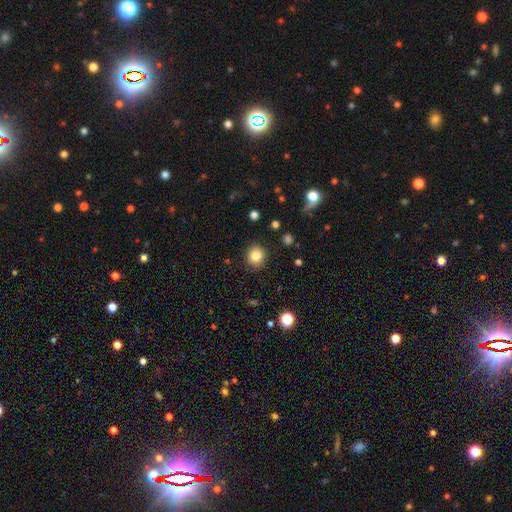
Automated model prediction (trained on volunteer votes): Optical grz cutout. It shows a smooth galaxy with no disk features (83%) that is round (84%). Merging: none (89%).